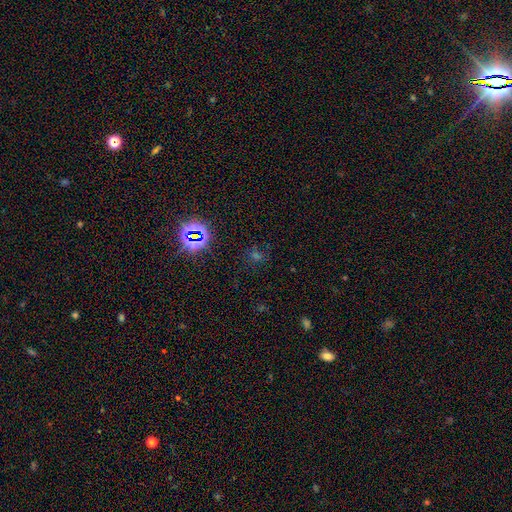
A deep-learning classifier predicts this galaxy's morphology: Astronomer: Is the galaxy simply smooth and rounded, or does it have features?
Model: star or artifact — 63%.